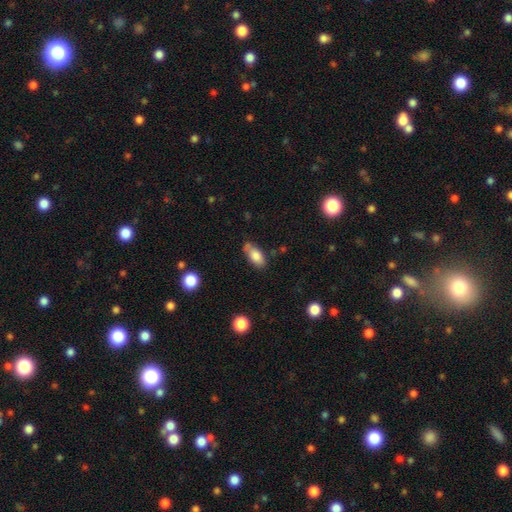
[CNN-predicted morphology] A smooth galaxy with no disk features (80%) that is in between round and cigar-shaped (88%).

Vote fractions:
- Smooth or featured? smooth: 80% / featured or disk: 12% / star or artifact: 8%
- How rounded? in between: 88% / cigar-shaped: 8% / round: 4%
- Merging? none: 59% / minor disturbance: 27% / merger: 8% / major disturbance: 6%